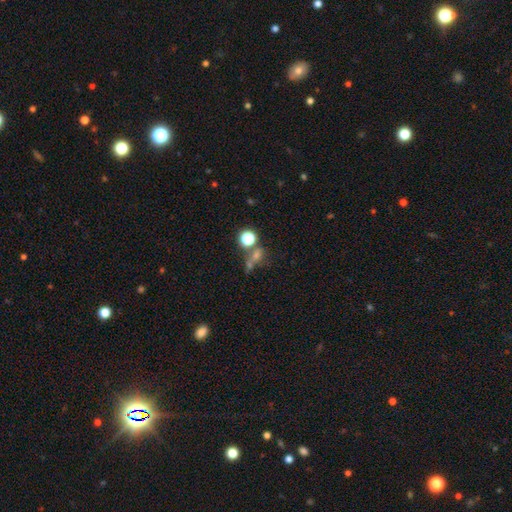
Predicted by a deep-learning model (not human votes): Smooth or featured: smooth — 51% (star or artifact — 32%)
How rounded: round — 58% (in between — 35%)
Merging: none — 43% (merger — 32%)